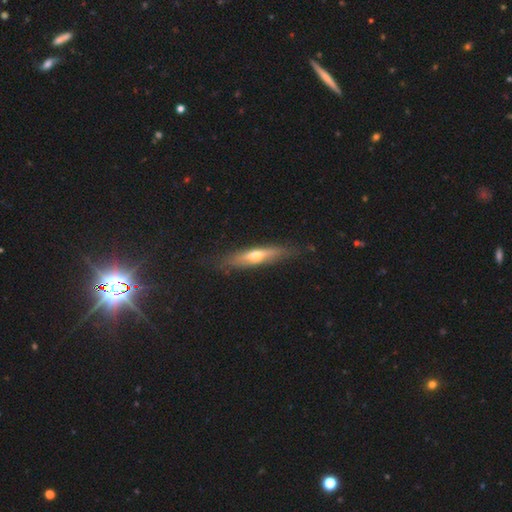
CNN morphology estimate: This appears to be a featured or disk galaxy (52%) viewed edge-on (83%). Merging: none (79%).